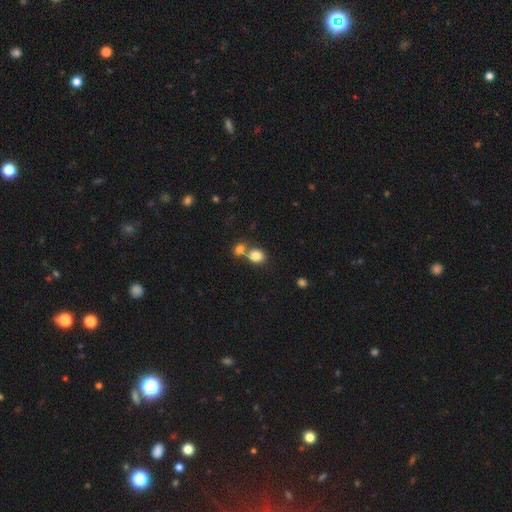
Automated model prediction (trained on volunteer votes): smooth-or-featured: smooth: 83% | star or artifact: 10% | featured or disk: 7%
  how-rounded: round: 58% | in between: 41% | cigar-shaped: 1%
  merging: none: 47% | merger: 42% | minor disturbance: 8% | major disturbance: 3%